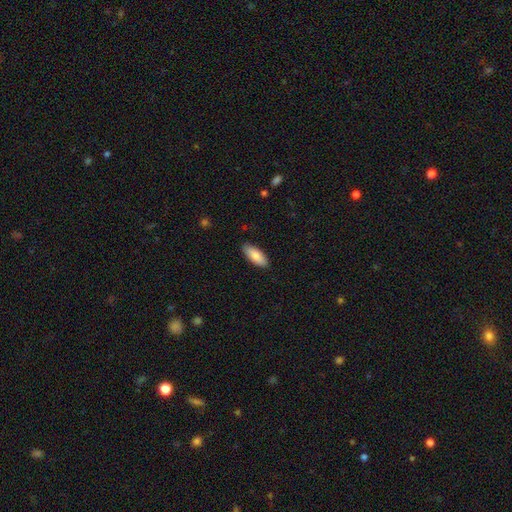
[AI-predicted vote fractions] Smooth or featured: smooth — 82% (featured or disk — 12%)
How rounded: in between — 79% (cigar-shaped — 19%)
Merging: none — 88% (minor disturbance — 9%)